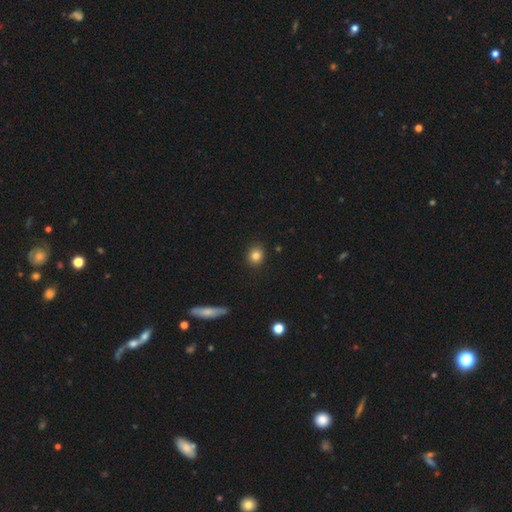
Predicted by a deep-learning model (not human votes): Morphology: type=smooth (82%); roundness=round (79%); merging=none (89%).